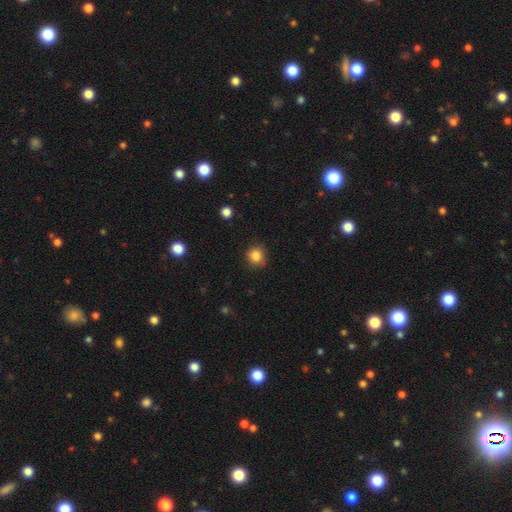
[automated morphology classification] smooth_or_featured: smooth (p=0.85) [alt: star or artifact p=0.11]
how_rounded: round (p=0.89) [alt: in between p=0.10]
merging: none (p=0.84) [alt: minor disturbance p=0.12]